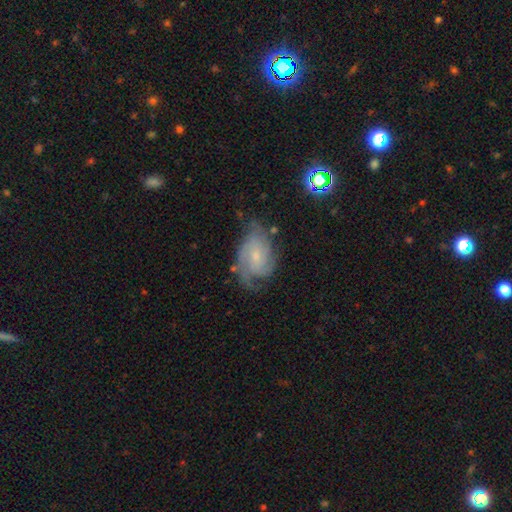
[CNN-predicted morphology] The model was most divided on "spiral arm count": 2: 33%, can't tell: 31%, 3: 19%, 1: 7%, 4: 6%, more than 4: 4%. Remaining: edge-on disk — no (97%); spiral arms — yes (93%); smooth or featured — featured or disk (77%); bulge size — small (66%); bar — no (62%); merging — none (57%); spiral winding — tight (45%).